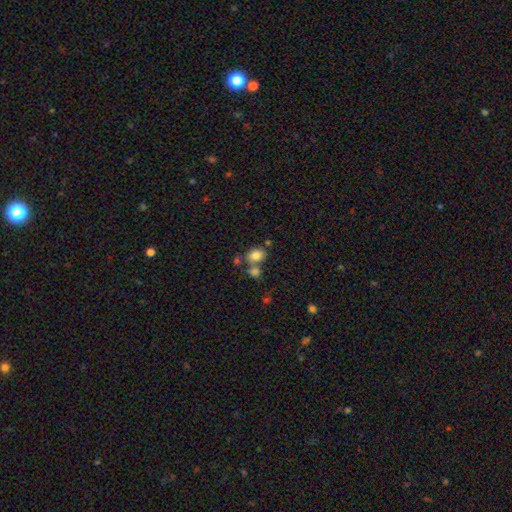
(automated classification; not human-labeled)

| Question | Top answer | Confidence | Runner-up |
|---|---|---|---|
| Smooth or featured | smooth | 81% | star or artifact (11%) |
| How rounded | in between | 66% | round (33%) |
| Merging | none | 53% | merger (30%) |